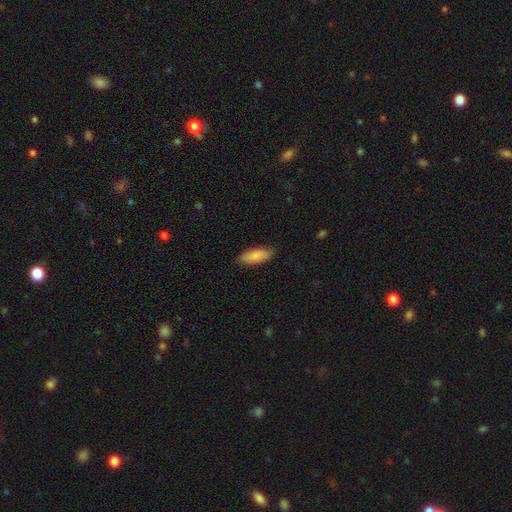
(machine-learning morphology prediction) Overall: smooth (86%). How rounded: in between (71%). Merging: none (87%).